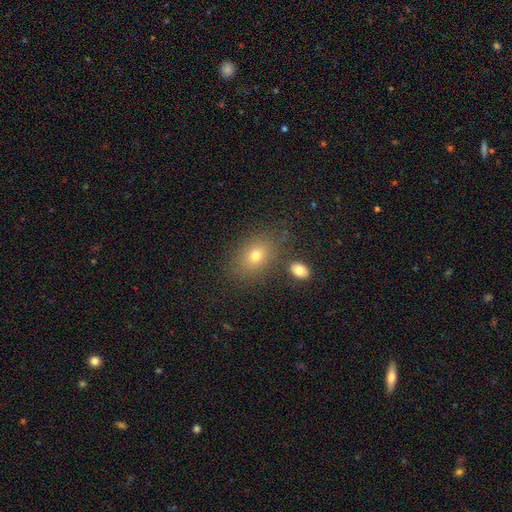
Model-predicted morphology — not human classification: Smooth or featured?
  - smooth: 73% *
  - featured or disk: 14%
  - star or artifact: 13%
How rounded?
  - in between: 73% *
  - round: 25%
  - cigar-shaped: 1%
Merging?
  - none: 77% *
  - minor disturbance: 12%
  - merger: 8%
  - major disturbance: 4%